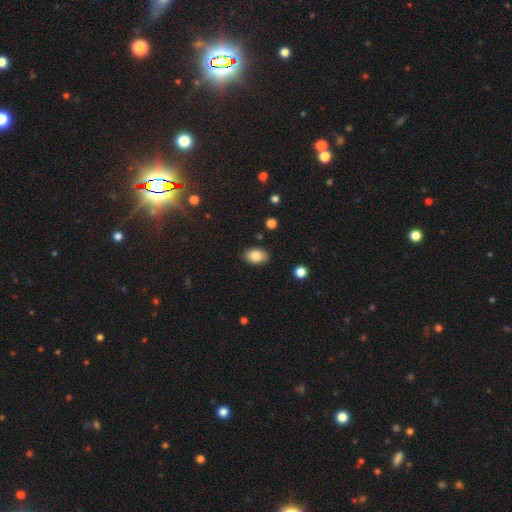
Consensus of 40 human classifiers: Smooth or featured?
  - smooth: 78% *
  - featured or disk: 18%
  - star or artifact: 5%
How rounded?
  - in between: 90% *
  - round: 10%
  - cigar-shaped: 0%
Merging?
  - none: 84% *
  - minor disturbance: 16%
  - major disturbance: 0%
  - merger: 0%